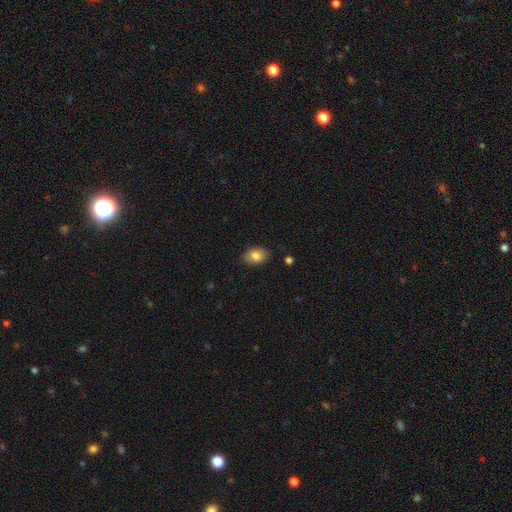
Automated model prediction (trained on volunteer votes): Q: Smooth or featured?
A: smooth (83%); runner-up: featured or disk (10%)
Q: How rounded?
A: in between (84%); runner-up: round (15%)
Q: Merging?
A: none (84%); runner-up: minor disturbance (12%)